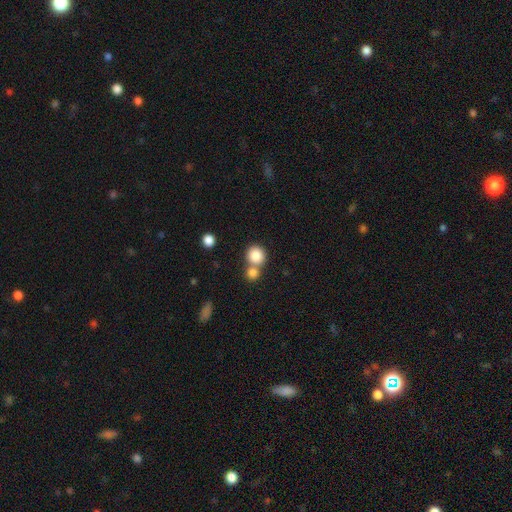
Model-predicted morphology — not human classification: This appears to be a smooth galaxy with no disk features (84%) that is round (89%). Merging: none (52%).